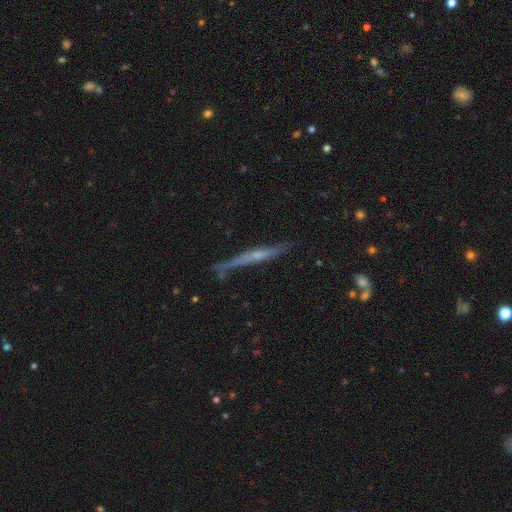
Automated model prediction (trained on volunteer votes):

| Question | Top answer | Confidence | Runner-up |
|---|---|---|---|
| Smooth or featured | featured or disk | 62% | smooth (30%) |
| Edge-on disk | yes | 94% | no (6%) |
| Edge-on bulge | none | 49% | rounded (42%) |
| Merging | none | 73% | minor disturbance (19%) |